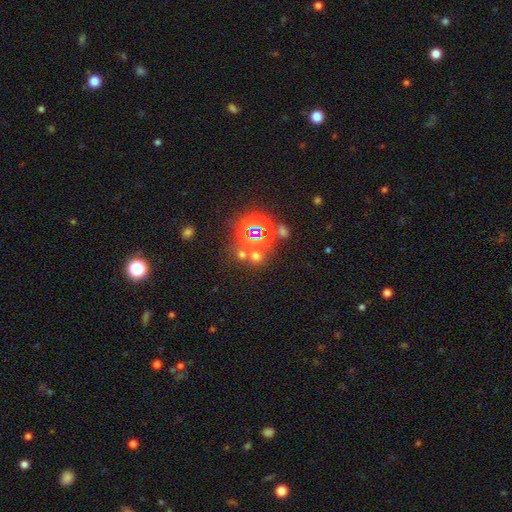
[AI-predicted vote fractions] Morphology: type=star or artifact (46%).